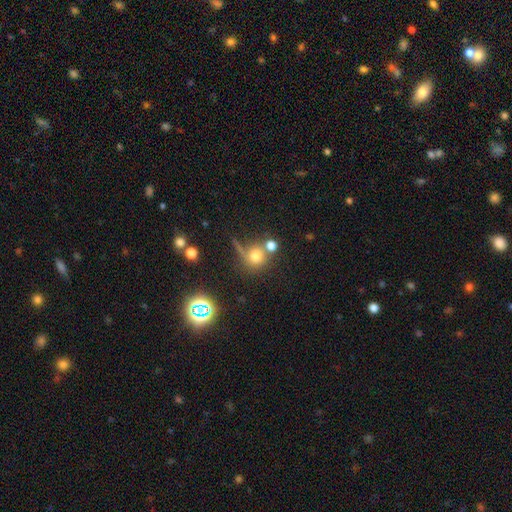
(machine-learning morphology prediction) type=smooth (69%); roundness=round (89%); merging=none (52%).